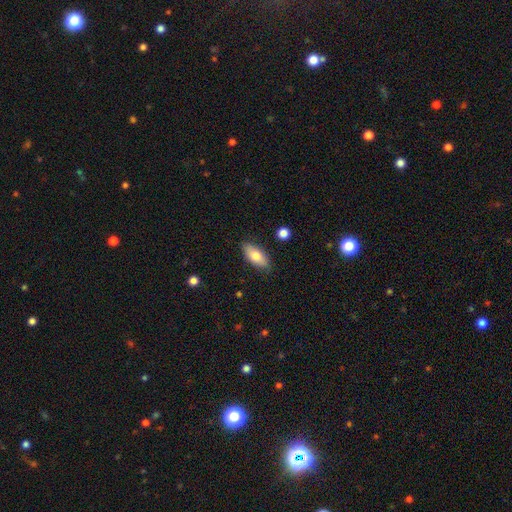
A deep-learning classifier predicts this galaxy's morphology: smooth 75%, featured or disk 18%, star or artifact 7%. Down the decision tree: how rounded — in between (84%); merging — none (85%).